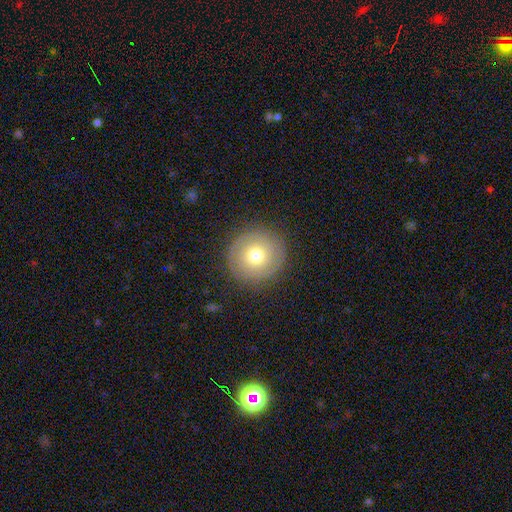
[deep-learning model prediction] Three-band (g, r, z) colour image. It shows a smooth galaxy with no disk features (57%) that is round (93%). Merging: none (88%).